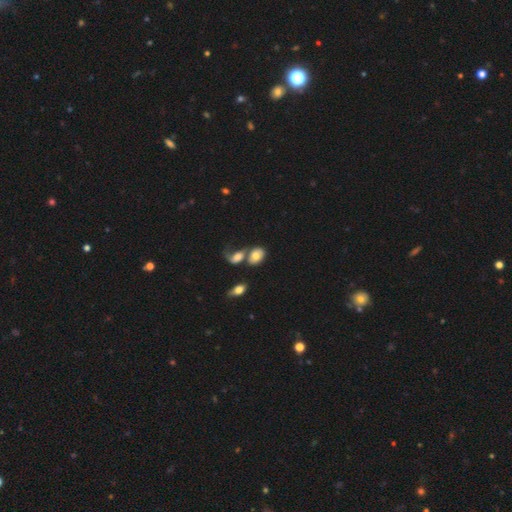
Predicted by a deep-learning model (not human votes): This is likely a smooth galaxy (64%). How rounded: likely in between (76%). Merging: marginally merger (45%).